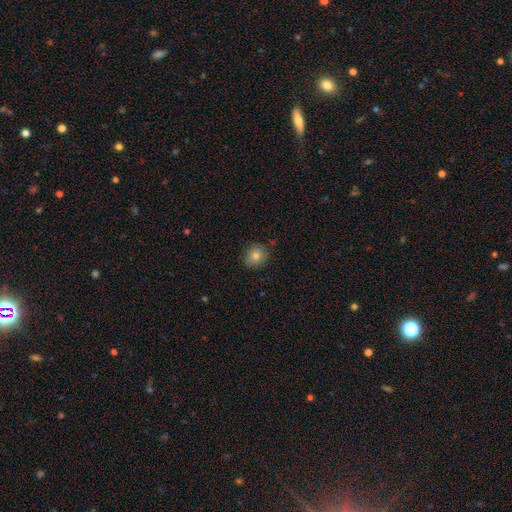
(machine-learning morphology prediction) Smooth or featured?
  - smooth: 79% *
  - featured or disk: 11%
  - star or artifact: 10%
How rounded?
  - round: 77% *
  - in between: 22%
  - cigar-shaped: 1%
Merging?
  - none: 82% *
  - minor disturbance: 14%
  - major disturbance: 3%
  - merger: 1%